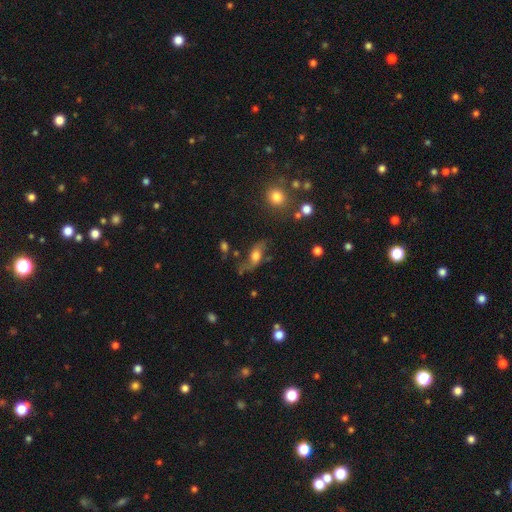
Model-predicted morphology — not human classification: Overall: featured or disk (51%; smooth 37%). Edge-on disk: no (82%). Merging: none (54%; minor disturbance 23%).